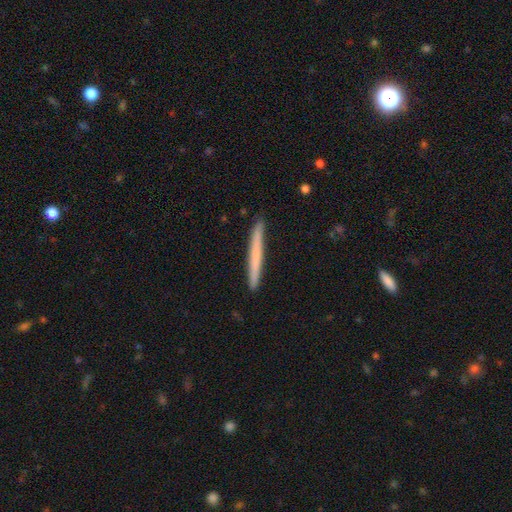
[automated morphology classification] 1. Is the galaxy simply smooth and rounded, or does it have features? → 61% smooth, 33% featured or disk, 6% star or artifact.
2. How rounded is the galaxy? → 97% cigar-shaped, 2% in between, 1% round.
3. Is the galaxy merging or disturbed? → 91% none, 6% minor disturbance, 1% major disturbance, 1% merger.